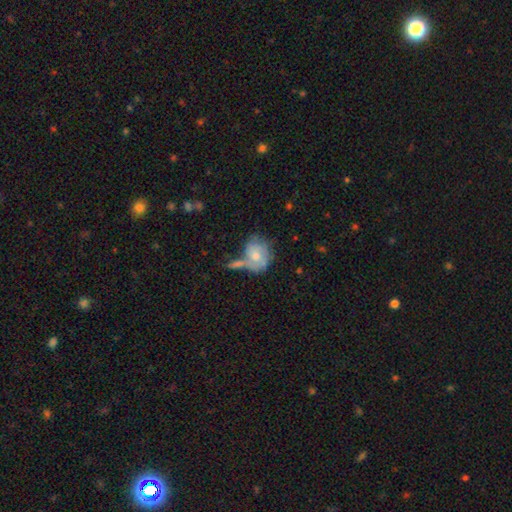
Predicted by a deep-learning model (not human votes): Overall: smooth (56%; featured or disk 37%). How rounded: round (53%; in between 45%). Merging: none (33%; merger 32%).